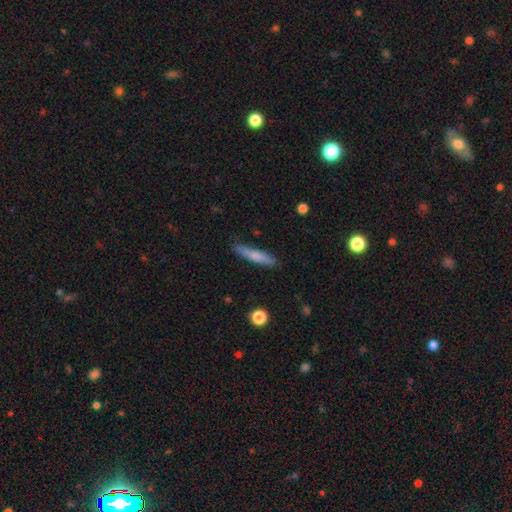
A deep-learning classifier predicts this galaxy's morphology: The model was most divided on "smooth or featured": smooth: 69%, featured or disk: 24%, star or artifact: 6%. More confident: how rounded — cigar-shaped (89%); merging — none (84%).